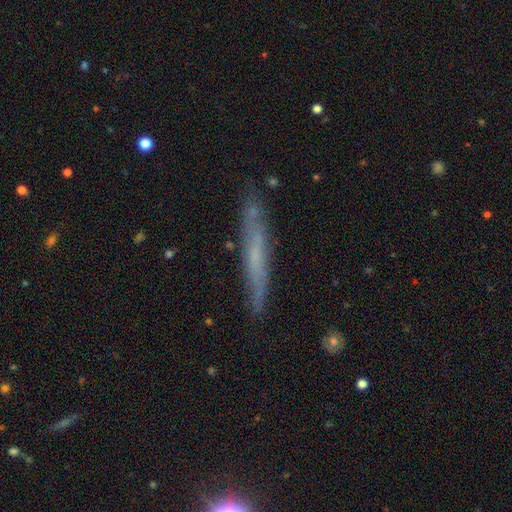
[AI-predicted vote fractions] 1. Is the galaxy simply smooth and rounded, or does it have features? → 50% featured or disk, 42% smooth, 8% star or artifact.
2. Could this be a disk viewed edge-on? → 88% yes, 12% no.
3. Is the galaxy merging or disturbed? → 84% none, 12% minor disturbance, 2% major disturbance, 2% merger.